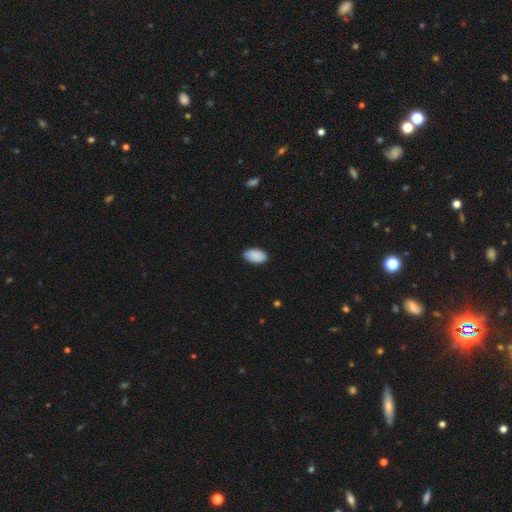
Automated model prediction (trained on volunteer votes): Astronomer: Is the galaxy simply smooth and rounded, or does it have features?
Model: smooth — 90%.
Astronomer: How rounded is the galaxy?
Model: in between — 95%.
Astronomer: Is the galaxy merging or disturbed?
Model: none — 87%.